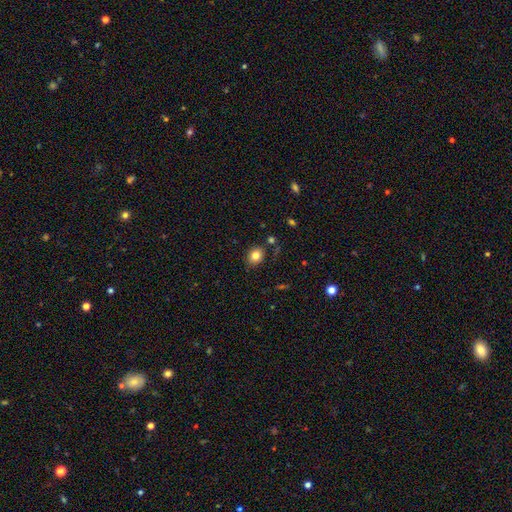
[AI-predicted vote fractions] This appears to be a smooth galaxy with no disk features (80%) that is round (50%). Merging: none (82%).